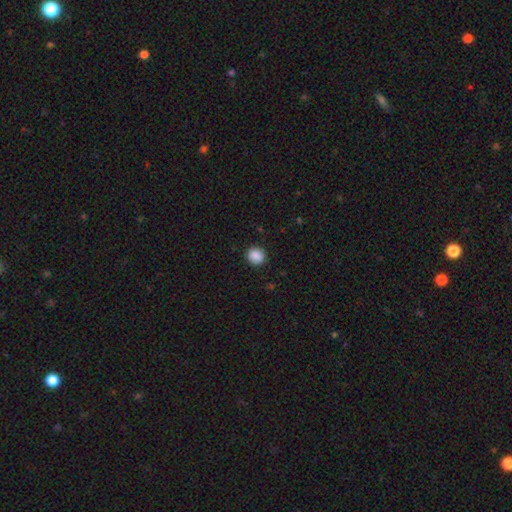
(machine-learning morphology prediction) This appears to be a smooth galaxy with no disk features (88%) that is round (83%). Merging: none (90%).